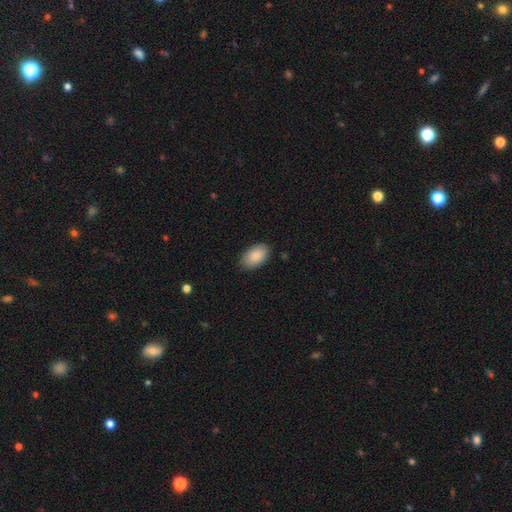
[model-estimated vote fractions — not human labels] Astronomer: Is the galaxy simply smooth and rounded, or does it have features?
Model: smooth — 88%.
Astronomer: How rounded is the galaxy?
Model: in between — 94%.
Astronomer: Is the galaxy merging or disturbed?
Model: none — 86%.